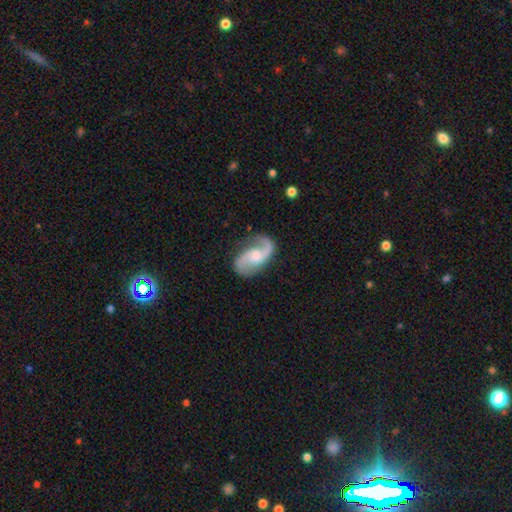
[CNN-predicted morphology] Smooth or featured? featured or disk (87%)
Edge-on disk? no (98%)
Bar? no (52%)
Spiral arms? yes (97%)
Spiral winding? loose (48%)
Spiral arm count? 2 (90%)
Bulge size? moderate (45%)
Merging? none (78%)